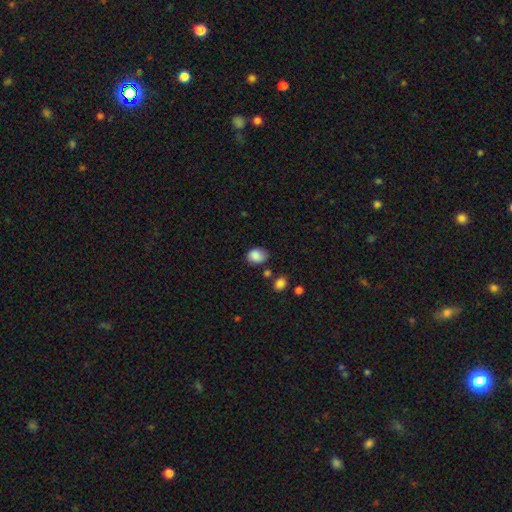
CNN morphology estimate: A smooth galaxy with no disk features (85%) that is in between round and cigar-shaped (54%).

Vote fractions:
- Smooth or featured? smooth: 85% / star or artifact: 9% / featured or disk: 6%
- How rounded? in between: 54% / round: 45% / cigar-shaped: 1%
- Merging? none: 68% / minor disturbance: 22% / major disturbance: 5% / merger: 5%